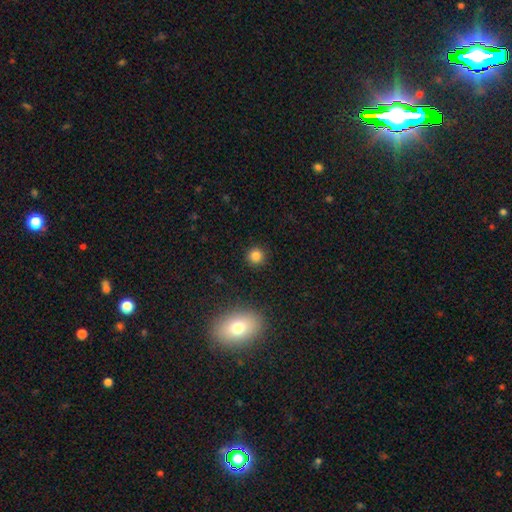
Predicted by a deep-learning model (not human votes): This appears to be a smooth galaxy with no disk features (82%) that is round (93%). Merging: none (91%).